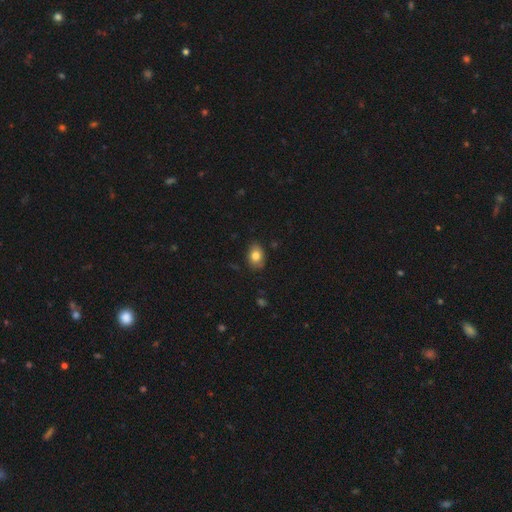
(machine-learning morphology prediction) A smooth galaxy with no disk features (82%) that is in between round and cigar-shaped (79%). Merging: none (84%).